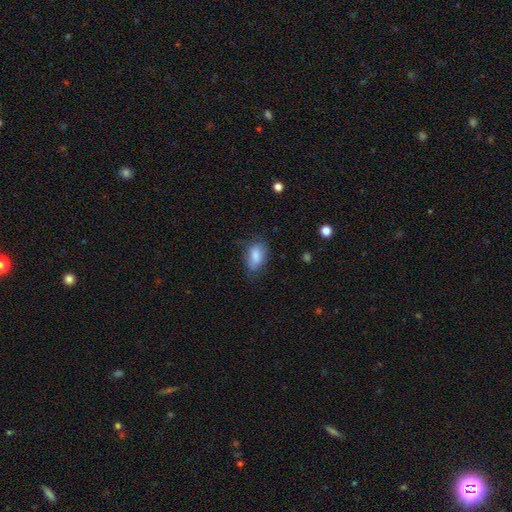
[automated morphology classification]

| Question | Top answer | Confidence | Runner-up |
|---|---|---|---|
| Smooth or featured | smooth | 82% | featured or disk (10%) |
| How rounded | in between | 89% | round (6%) |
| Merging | none | 62% | minor disturbance (27%) |